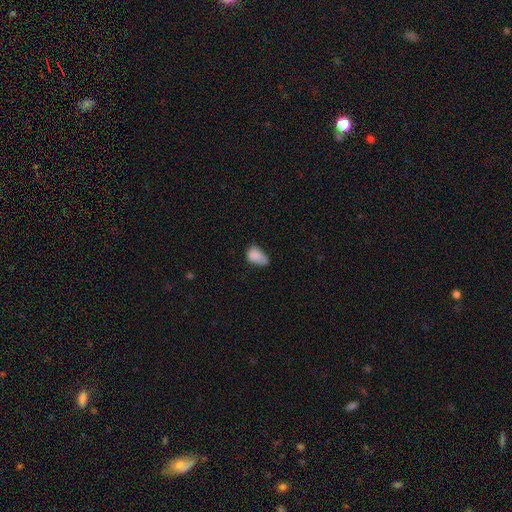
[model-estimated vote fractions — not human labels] Overall: smooth (83%). How rounded: in between (86%). Merging: minor disturbance (44%; none 33%).